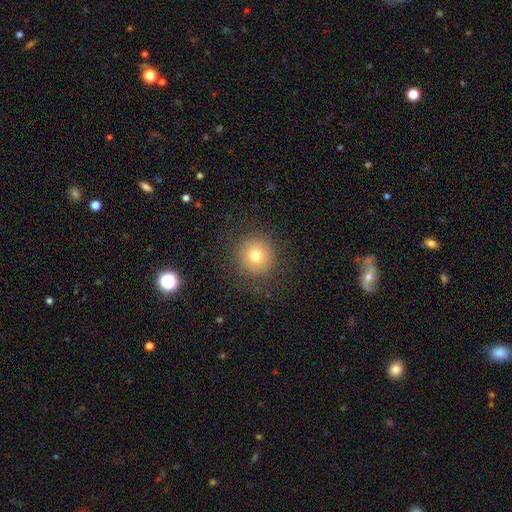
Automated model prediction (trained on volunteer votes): smooth 75%, star or artifact 13%, featured or disk 12%. Down the decision tree: how rounded — round (93%); merging — none (86%).